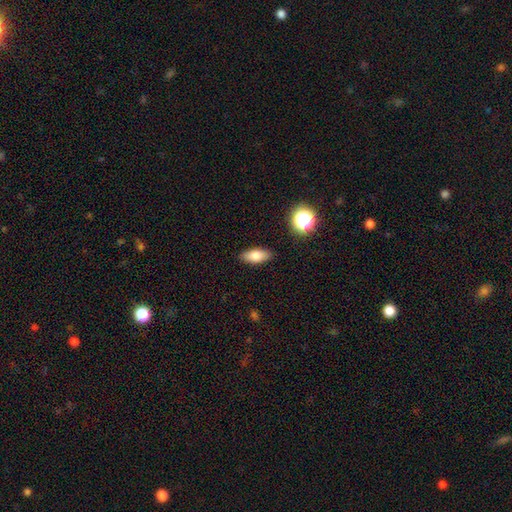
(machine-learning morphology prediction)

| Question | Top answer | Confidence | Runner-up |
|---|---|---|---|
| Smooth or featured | smooth | 77% | featured or disk (14%) |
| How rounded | in between | 79% | cigar-shaped (17%) |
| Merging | none | 88% | minor disturbance (9%) |